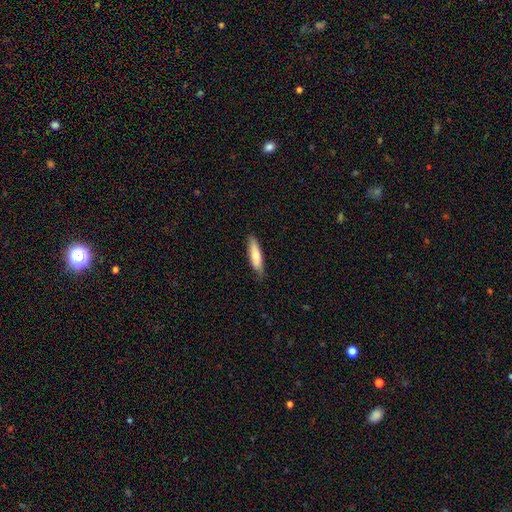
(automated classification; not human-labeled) Smooth or featured? smooth (72%)
How rounded? cigar-shaped (70%)
Merging? none (80%)